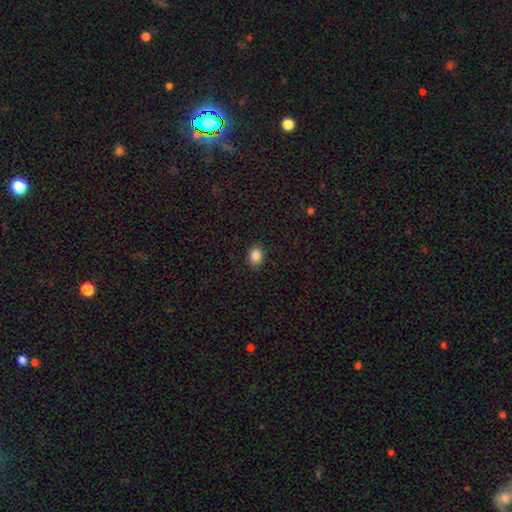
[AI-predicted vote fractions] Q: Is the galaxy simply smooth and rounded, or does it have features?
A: smooth — 86%.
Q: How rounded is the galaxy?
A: round — 51%.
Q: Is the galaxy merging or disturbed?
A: none — 89%.